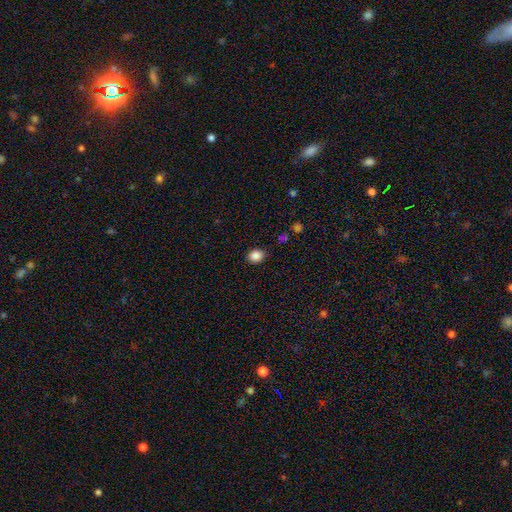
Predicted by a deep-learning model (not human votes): Smooth or featured: smooth — 86% (star or artifact — 10%)
How rounded: in between — 55% (round — 44%)
Merging: none — 87% (minor disturbance — 9%)